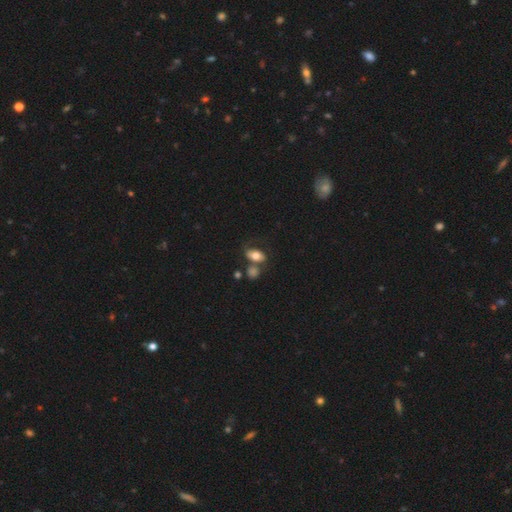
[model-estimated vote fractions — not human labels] smooth-or-featured: smooth: 64% | featured or disk: 27% | star or artifact: 9%
  how-rounded: in between: 84% | round: 13% | cigar-shaped: 3%
  merging: none: 42% | merger: 25% | minor disturbance: 19% | major disturbance: 14%